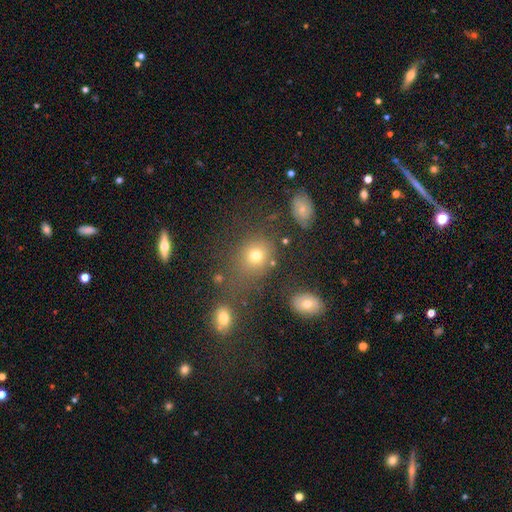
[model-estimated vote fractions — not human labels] smooth 72%, star or artifact 17%, featured or disk 11%. Down the decision tree: how rounded — round (69%); merging — none (65%).